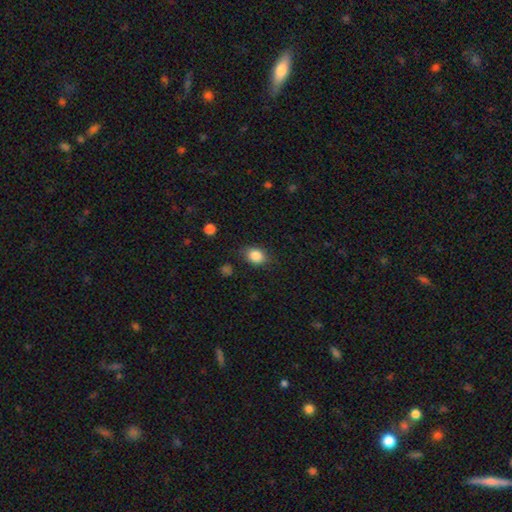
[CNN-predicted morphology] smooth 85%, star or artifact 9%, featured or disk 6%. Down the decision tree: how rounded — in between (61%); merging — none (79%).